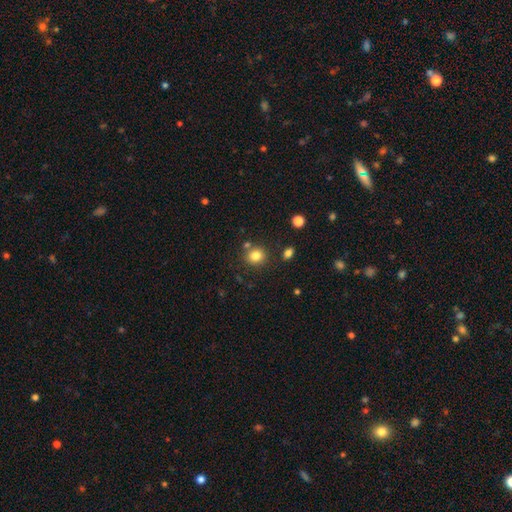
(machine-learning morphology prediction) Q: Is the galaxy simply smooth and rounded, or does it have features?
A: smooth — 82%.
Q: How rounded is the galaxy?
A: round — 82%.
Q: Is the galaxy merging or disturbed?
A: none — 78%.